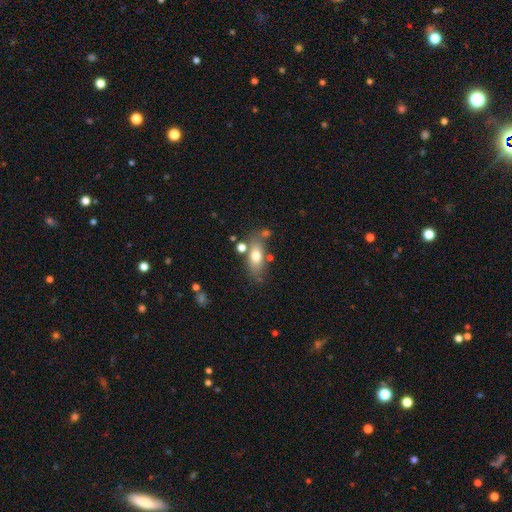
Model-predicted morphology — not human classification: This appears to be a smooth galaxy with no disk features (72%) that is in between round and cigar-shaped (79%). Merging: none (66%).